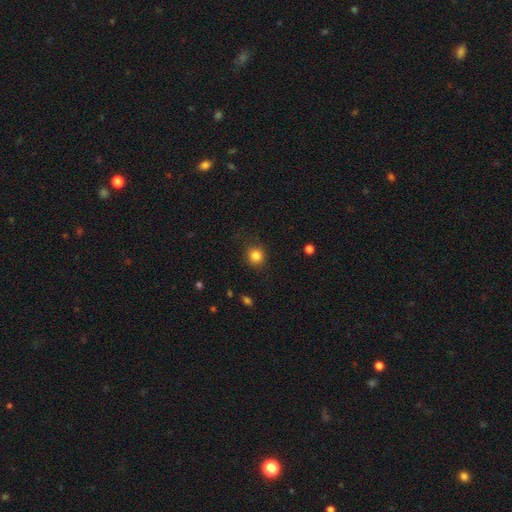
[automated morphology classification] Q: Smooth or featured?
A: smooth (84%); runner-up: star or artifact (11%)
Q: How rounded?
A: round (89%); runner-up: in between (10%)
Q: Merging?
A: none (84%); runner-up: minor disturbance (11%)